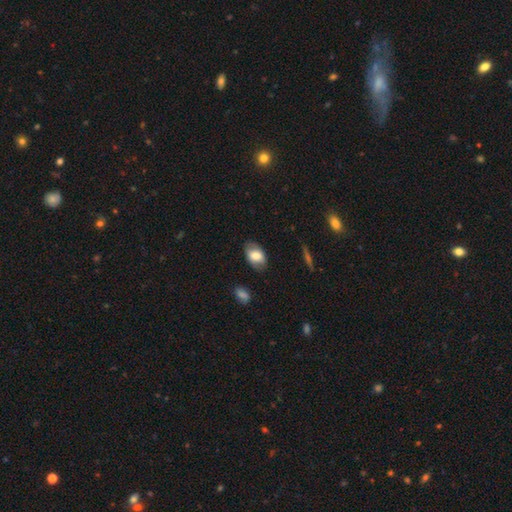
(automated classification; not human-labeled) smooth_or_featured: smooth (p=0.71) [alt: featured or disk p=0.22]
how_rounded: in between (p=0.90) [alt: round p=0.09]
merging: none (p=0.79) [alt: minor disturbance p=0.15]